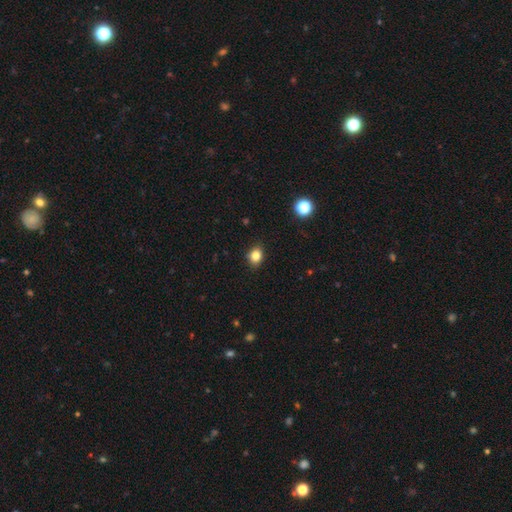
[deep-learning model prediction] This is clearly a smooth galaxy (82%). How rounded: possibly in between (56%). Merging: clearly none (86%).